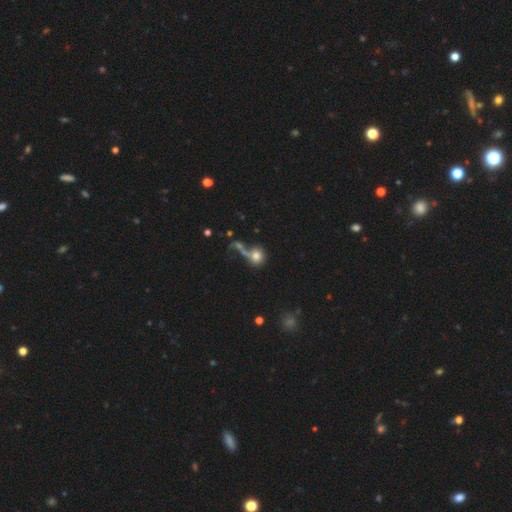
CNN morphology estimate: Q: Smooth or featured?
A: smooth (75%); runner-up: featured or disk (14%)
Q: How rounded?
A: round (84%); runner-up: in between (14%)
Q: Merging?
A: merger (39%); runner-up: none (38%)